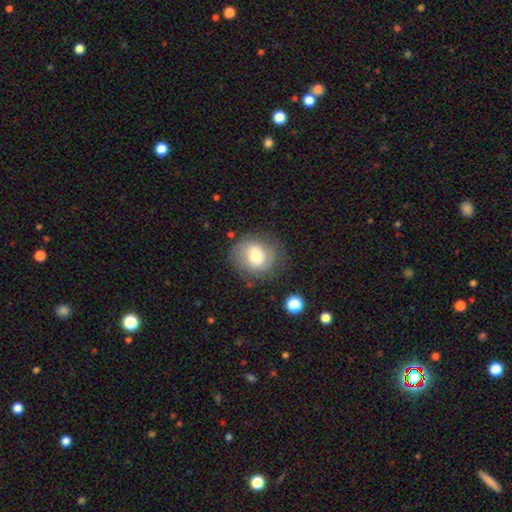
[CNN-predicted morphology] Smooth or featured? Predicted: smooth (p=0.64). How rounded? Predicted: round (p=0.69). Merging? Predicted: none (p=0.71).